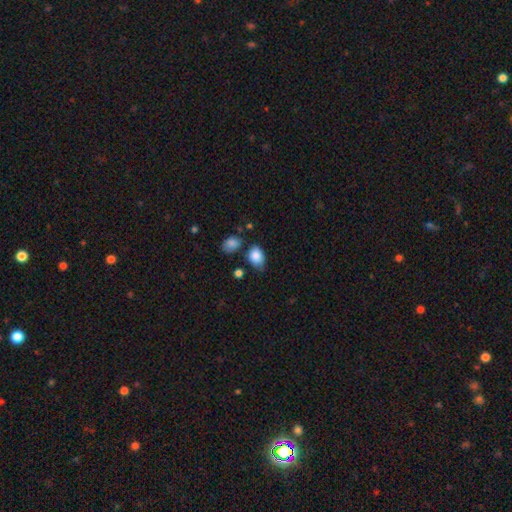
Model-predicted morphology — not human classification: Smooth or featured? Predicted: smooth (p=0.86). How rounded? Predicted: in between (p=0.79). Merging? Predicted: none (p=0.57).